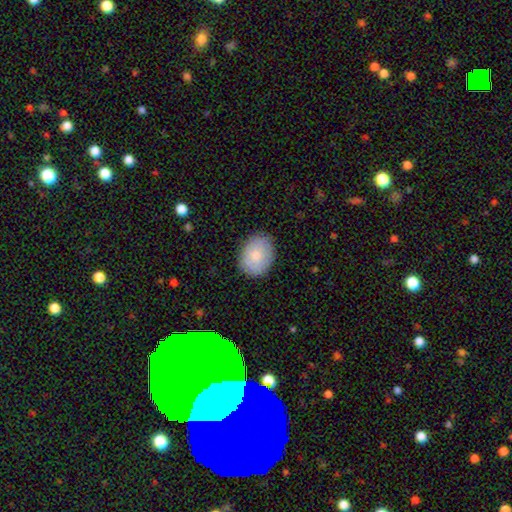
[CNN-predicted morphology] A smooth galaxy with no disk features (79%) that is in between round and cigar-shaped (66%).

Vote fractions:
- Smooth or featured? smooth: 79% / featured or disk: 15% / star or artifact: 6%
- How rounded? in between: 66% / round: 33% / cigar-shaped: 1%
- Merging? none: 83% / minor disturbance: 13% / major disturbance: 3% / merger: 1%